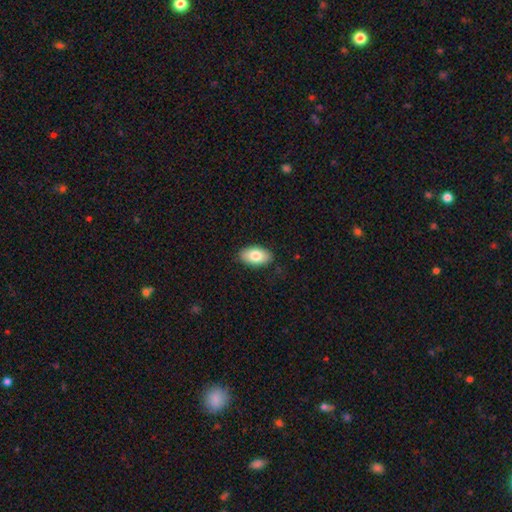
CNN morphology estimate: Smooth or featured? smooth (80%)
How rounded? in between (94%)
Merging? none (86%)